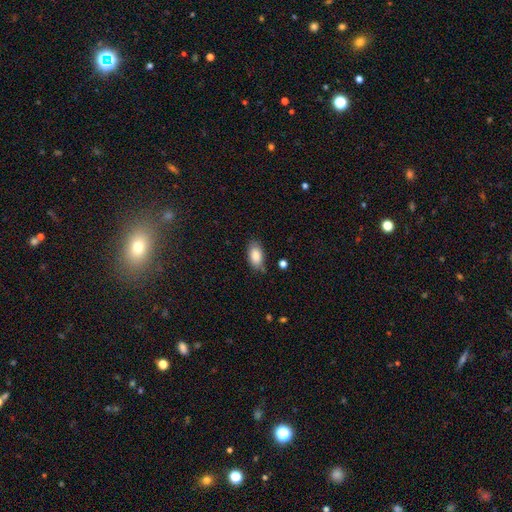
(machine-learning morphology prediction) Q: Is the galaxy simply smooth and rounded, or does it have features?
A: smooth — 86%.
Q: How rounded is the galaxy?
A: in between — 93%.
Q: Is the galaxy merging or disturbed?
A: none — 78%.